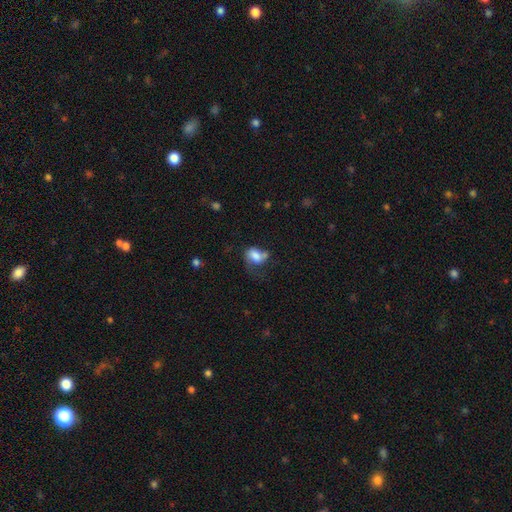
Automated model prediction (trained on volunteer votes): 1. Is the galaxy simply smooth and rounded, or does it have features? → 68% smooth, 23% featured or disk, 9% star or artifact.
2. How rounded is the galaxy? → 70% in between, 29% round, 1% cigar-shaped.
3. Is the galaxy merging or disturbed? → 32% major disturbance, 26% none, 24% minor disturbance, 19% merger.